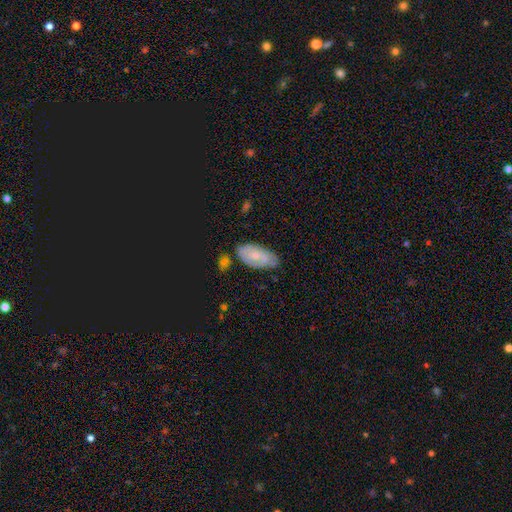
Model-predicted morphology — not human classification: smooth_or_featured: featured or disk (p=0.57) [alt: smooth p=0.35]
disk_edge_on: no (p=0.94) [alt: yes p=0.06]
bar: no (p=0.64) [alt: weak p=0.30]
has_spiral_arms: yes (p=0.82) [alt: no p=0.18]
bulge_size: small (p=0.59) [alt: moderate p=0.35]
merging: none (p=0.62) [alt: minor disturbance p=0.26]